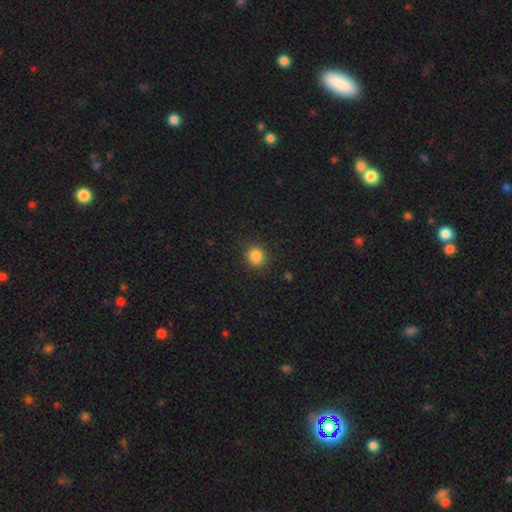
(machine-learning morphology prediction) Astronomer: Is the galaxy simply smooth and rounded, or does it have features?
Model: smooth — 85%.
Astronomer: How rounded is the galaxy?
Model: round — 80%.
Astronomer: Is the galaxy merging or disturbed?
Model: none — 85%.